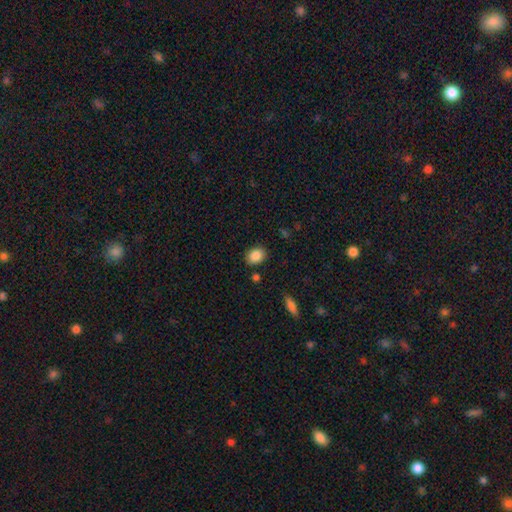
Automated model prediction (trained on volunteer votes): smooth 87%, star or artifact 8%, featured or disk 5%. Down the decision tree: how rounded — in between (62%); merging — none (85%).